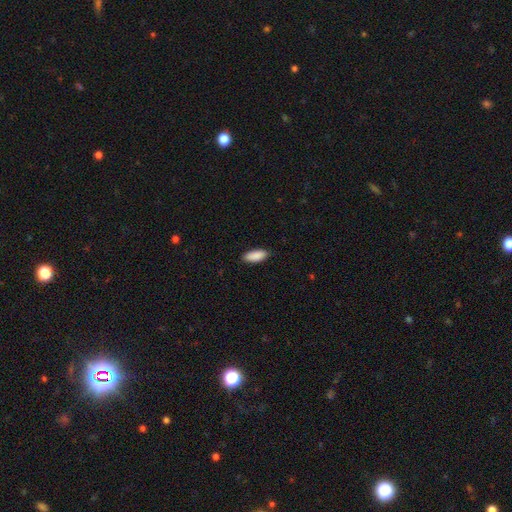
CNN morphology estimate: smooth-or-featured: smooth: 90% | star or artifact: 6% | featured or disk: 4%
  how-rounded: in between: 82% | cigar-shaped: 16% | round: 2%
  merging: none: 88% | minor disturbance: 9% | major disturbance: 2% | merger: 1%